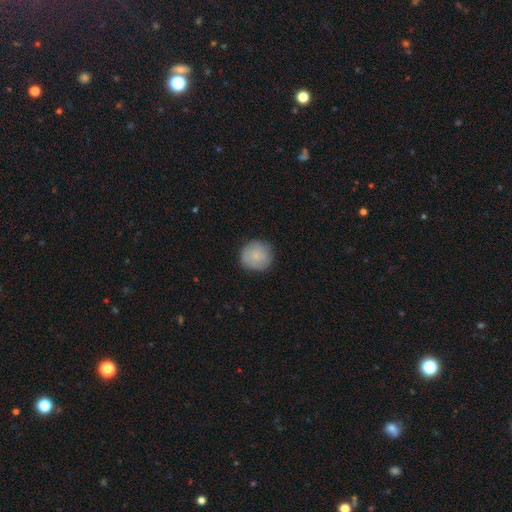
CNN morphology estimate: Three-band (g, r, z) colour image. It shows a smooth galaxy with no disk features (80%) that is round (94%). Merging: none (83%).